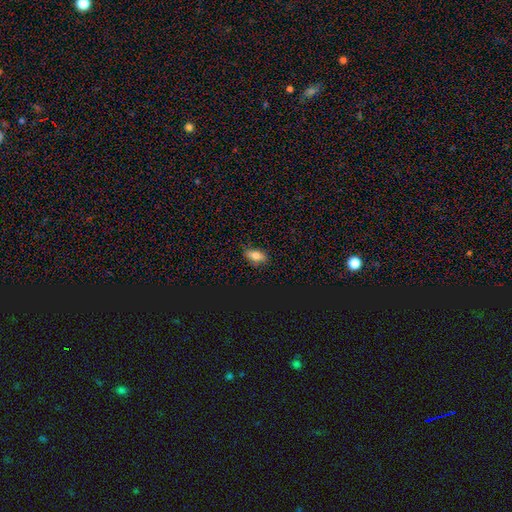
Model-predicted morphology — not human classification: Overall: smooth (75%). How rounded: in between (85%). Merging: none (80%).